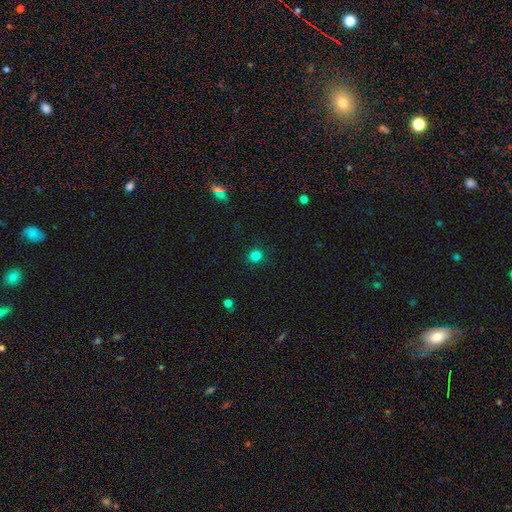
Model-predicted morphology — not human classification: smooth 82%, star or artifact 14%, featured or disk 4%. Down the decision tree: how rounded — round (91%); merging — none (90%).